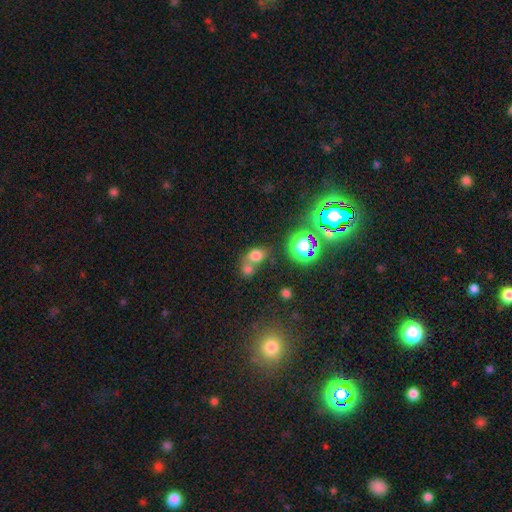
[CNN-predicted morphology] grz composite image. It shows a smooth galaxy with no disk features (69%) that is round (53%). Merging: merger (49%).